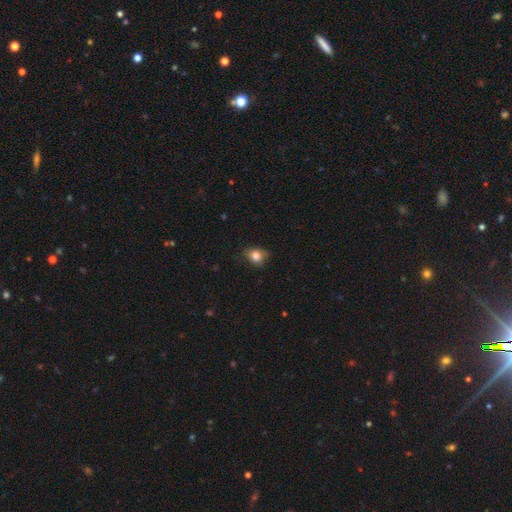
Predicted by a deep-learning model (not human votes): Smooth or featured?
  - smooth: 82% *
  - star or artifact: 10%
  - featured or disk: 8%
How rounded?
  - round: 60% *
  - in between: 39%
  - cigar-shaped: 1%
Merging?
  - none: 67% *
  - minor disturbance: 26%
  - major disturbance: 6%
  - merger: 1%